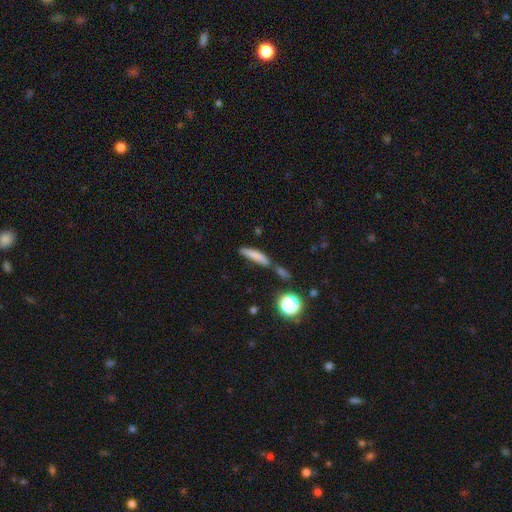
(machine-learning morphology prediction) A smooth galaxy with no disk features (75%) that is cigar-shaped (76%). Merging: none (52%).